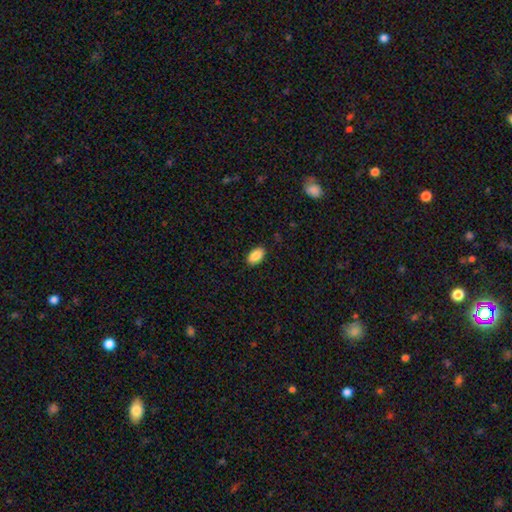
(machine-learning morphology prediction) This appears to be a smooth galaxy with no disk features (89%) that is in between round and cigar-shaped (94%). Merging: none (88%).